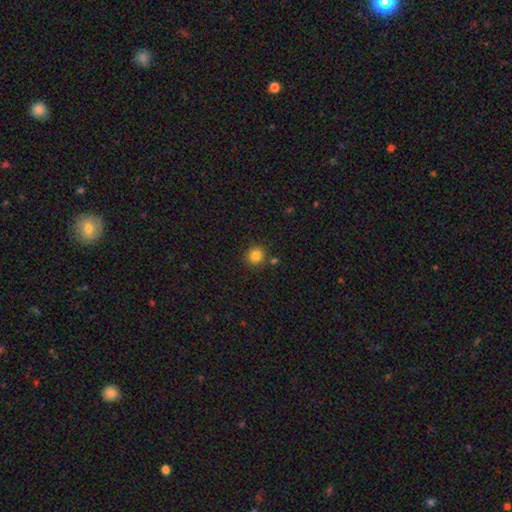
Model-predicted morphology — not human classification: smooth_or_featured: smooth (p=0.84) [alt: star or artifact p=0.12]
how_rounded: round (p=0.91) [alt: in between p=0.08]
merging: none (p=0.83) [alt: minor disturbance p=0.08]